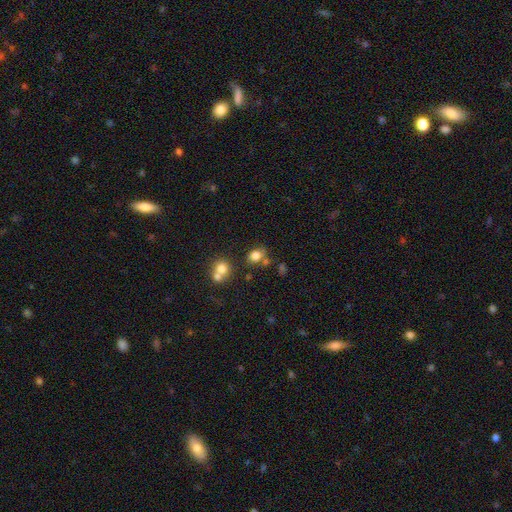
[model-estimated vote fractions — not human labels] Overall: smooth (79%). How rounded: in between (62%; round 37%). Merging: none (62%).